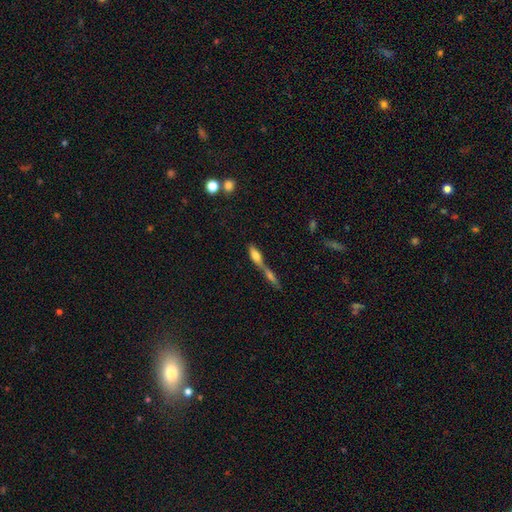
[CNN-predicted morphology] smooth_or_featured: smooth (p=0.61) [alt: featured or disk p=0.29]
how_rounded: in between (p=0.53) [alt: cigar-shaped p=0.43]
merging: merger (p=0.63) [alt: none p=0.25]